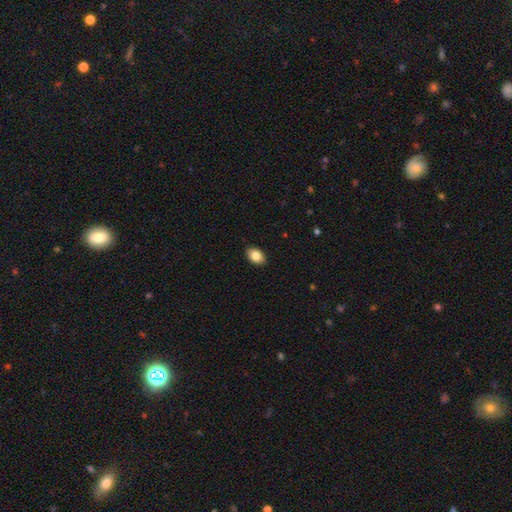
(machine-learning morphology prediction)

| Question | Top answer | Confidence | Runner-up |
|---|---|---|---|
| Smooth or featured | smooth | 84% | featured or disk (8%) |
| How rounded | in between | 86% | round (12%) |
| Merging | none | 89% | minor disturbance (8%) |